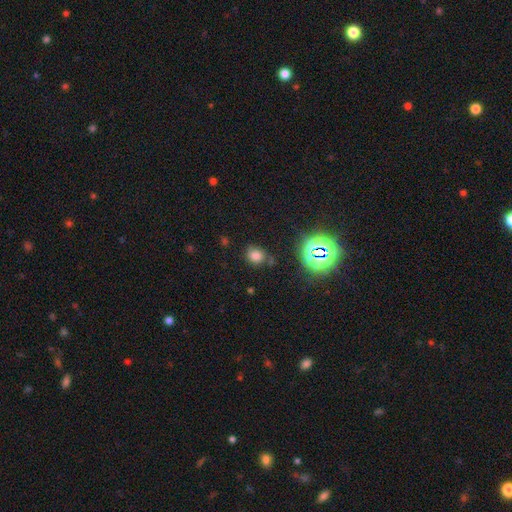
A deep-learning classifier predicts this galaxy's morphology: This is likely a smooth galaxy (70%). How rounded: likely round (69%). Merging: likely none (75%).